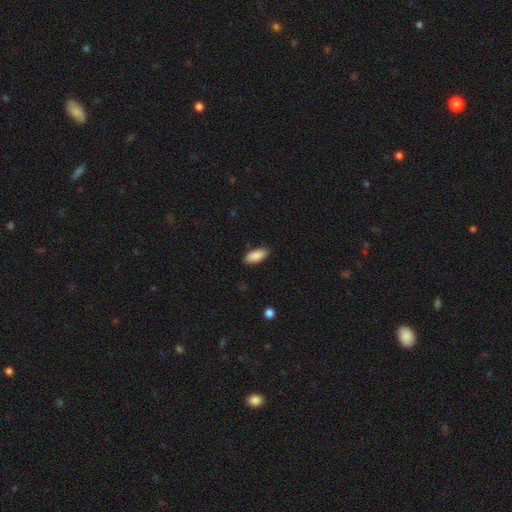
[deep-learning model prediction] Overall: smooth (90%). How rounded: in between (87%). Merging: none (85%).